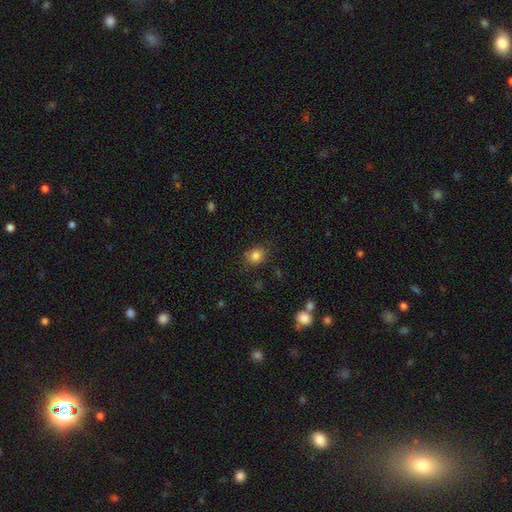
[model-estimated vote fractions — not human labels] Smooth or featured: smooth — 83% (star or artifact — 11%)
How rounded: round — 57% (in between — 42%)
Merging: none — 80% (minor disturbance — 14%)